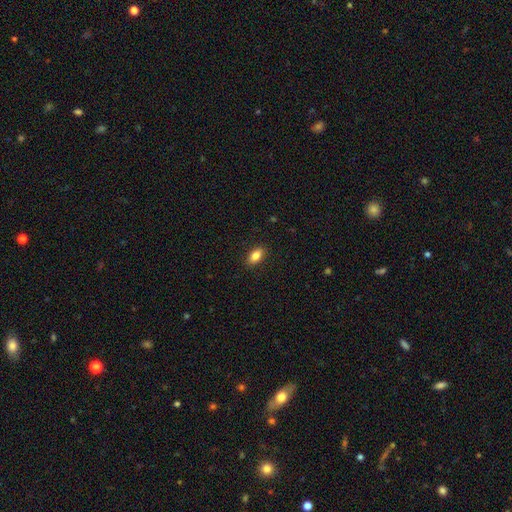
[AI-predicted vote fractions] This appears to be a smooth galaxy with no disk features (84%) that is in between round and cigar-shaped (89%). Merging: none (89%).